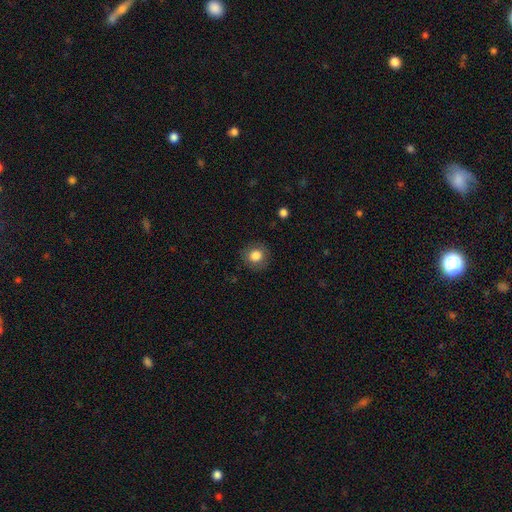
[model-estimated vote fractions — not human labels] A smooth galaxy with no disk features (82%) that is round (89%). Merging: none (87%).